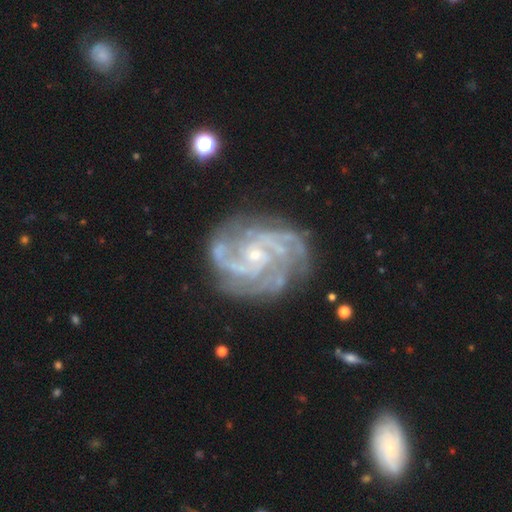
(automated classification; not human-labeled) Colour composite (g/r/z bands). It shows a featured or disk galaxy (91%) with no bar (63%), 3 (26%) tight (53%) spiral arms (98%) and a small central bulge (78%). Merging: none (72%).